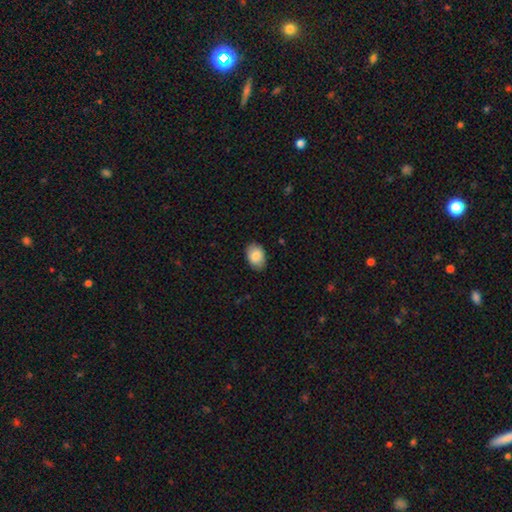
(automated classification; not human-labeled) A smooth galaxy with no disk features (87%) that is in between round and cigar-shaped (81%).

Vote fractions:
- Smooth or featured? smooth: 87% / star or artifact: 7% / featured or disk: 6%
- How rounded? in between: 81% / round: 18% / cigar-shaped: 1%
- Merging? none: 86% / minor disturbance: 11% / major disturbance: 2% / merger: 1%